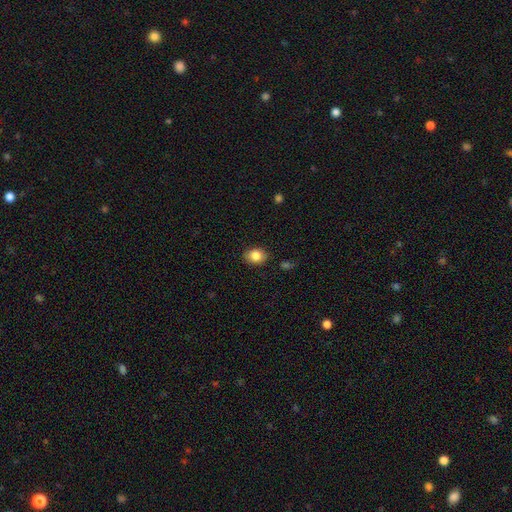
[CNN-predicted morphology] A smooth galaxy with no disk features (84%) that is in between round and cigar-shaped (61%). Merging: none (86%).